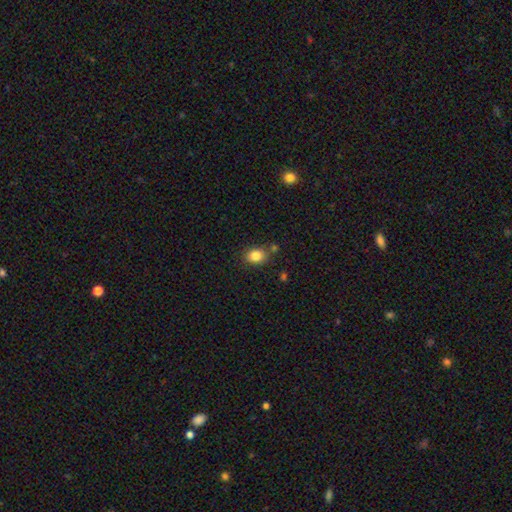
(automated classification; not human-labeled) Smooth or featured? Predicted: smooth (p=0.85). How rounded? Predicted: in between (p=0.56). Merging? Predicted: none (p=0.74).